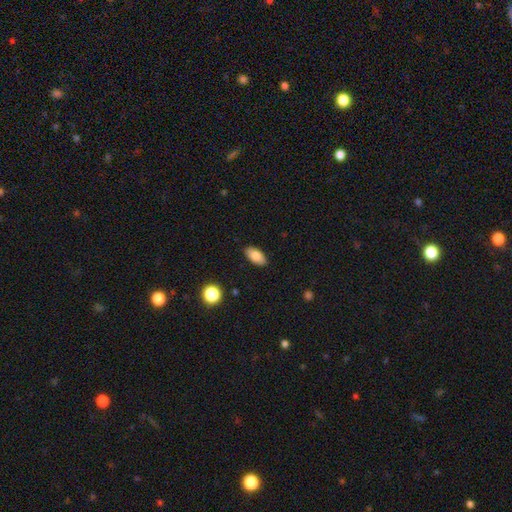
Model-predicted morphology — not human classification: smooth 84%, featured or disk 8%, star or artifact 8%. Down the decision tree: how rounded — in between (93%); merging — none (88%).